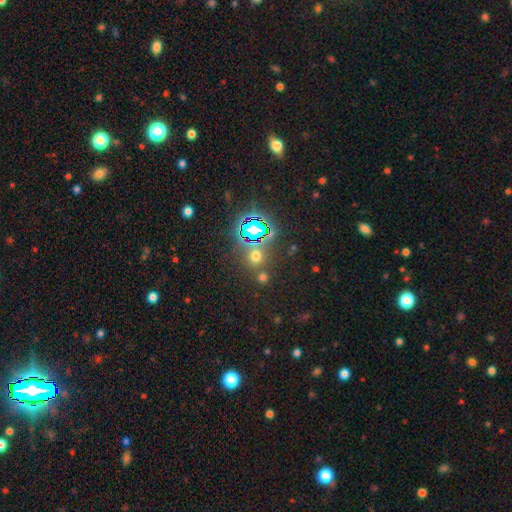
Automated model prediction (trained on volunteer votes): smooth 51%, star or artifact 42%, featured or disk 7%. Down the decision tree: how rounded — round (86%); merging — none (73%).